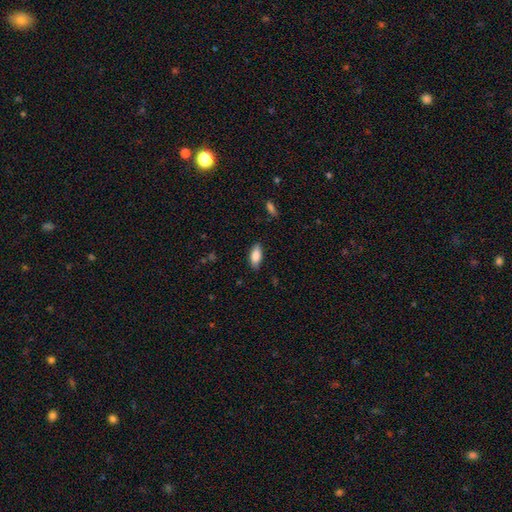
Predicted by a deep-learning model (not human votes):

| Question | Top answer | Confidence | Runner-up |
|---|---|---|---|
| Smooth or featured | smooth | 84% | featured or disk (9%) |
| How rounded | in between | 86% | cigar-shaped (12%) |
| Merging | none | 82% | minor disturbance (14%) |